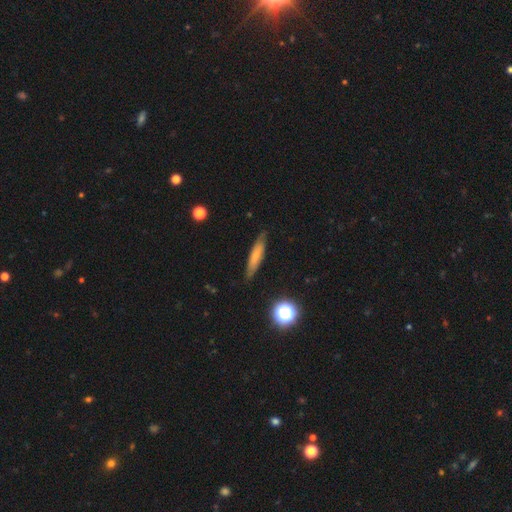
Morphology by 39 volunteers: This appears to be a smooth galaxy with no disk features (51%) that is cigar-shaped (90%). Merging: none (83%).